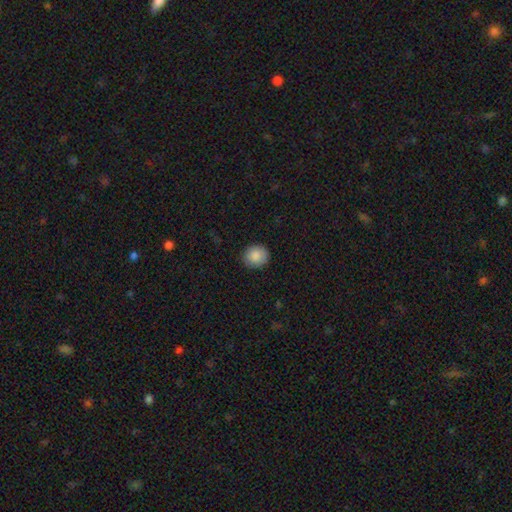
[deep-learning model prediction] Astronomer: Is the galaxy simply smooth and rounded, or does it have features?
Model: smooth — 87%.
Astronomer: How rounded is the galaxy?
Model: round — 79%.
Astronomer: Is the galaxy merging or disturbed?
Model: none — 89%.